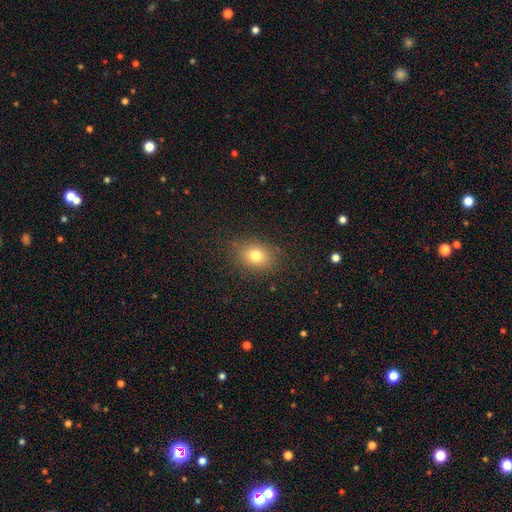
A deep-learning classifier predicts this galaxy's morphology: A smooth galaxy with no disk features (77%) that is in between round and cigar-shaped (51%). Merging: none (85%).